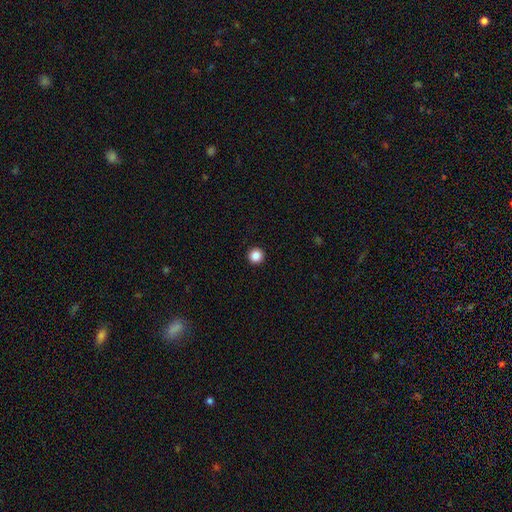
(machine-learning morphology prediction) Q: Smooth or featured?
A: smooth (87%); runner-up: star or artifact (10%)
Q: How rounded?
A: round (96%); runner-up: in between (3%)
Q: Merging?
A: none (94%); runner-up: minor disturbance (4%)